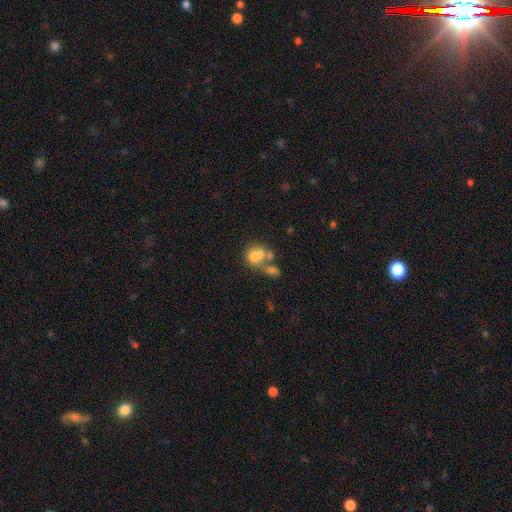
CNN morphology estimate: Smooth or featured? smooth (60%)
How rounded? round (60%)
Merging? merger (57%)